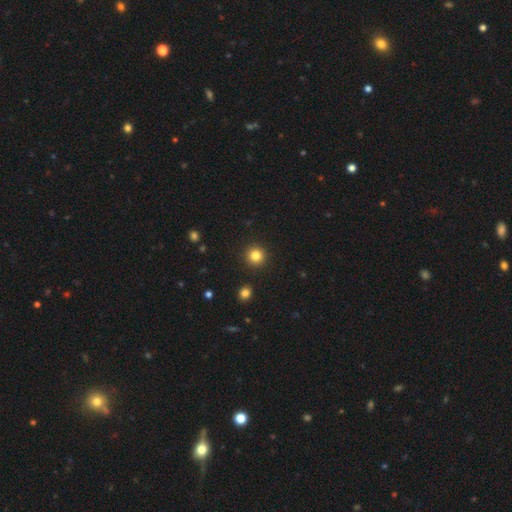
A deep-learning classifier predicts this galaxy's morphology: smooth 83%, star or artifact 12%, featured or disk 5%. Down the decision tree: how rounded — round (95%); merging — none (92%).